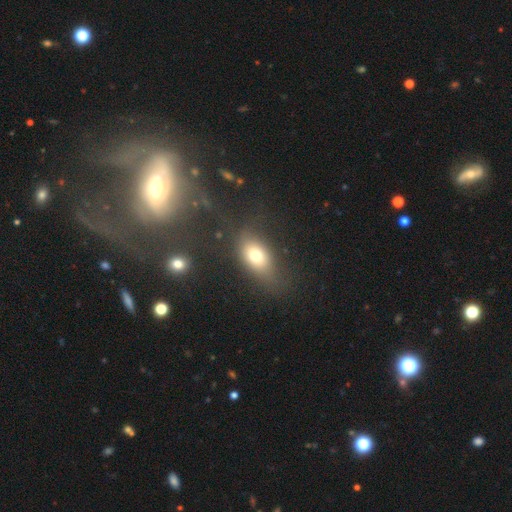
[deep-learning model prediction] Smooth or featured: smooth — 72% (featured or disk — 16%)
How rounded: in between — 79% (round — 16%)
Merging: none — 64% (minor disturbance — 18%)